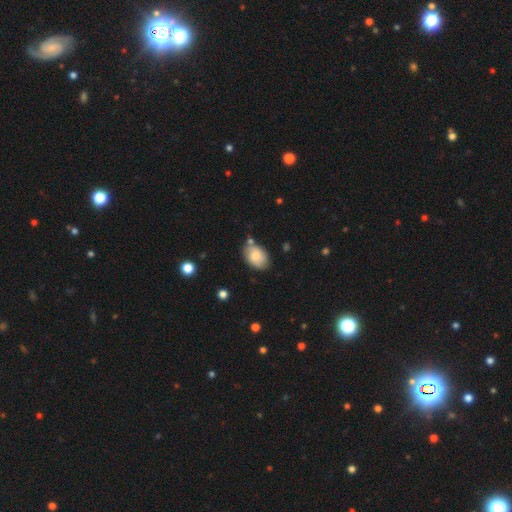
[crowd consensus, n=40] Smooth or featured: smooth — 65% (featured or disk — 28%)
How rounded: in between — 92% (round — 8%)
Merging: none — 65% (minor disturbance — 24%)